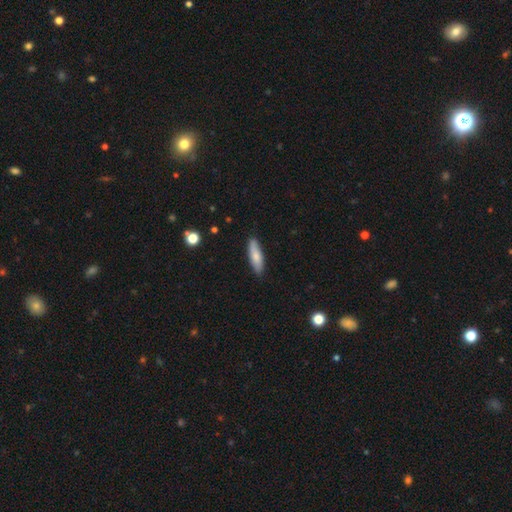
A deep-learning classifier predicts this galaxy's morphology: type=smooth (77%); roundness=cigar-shaped (59%); merging=none (84%).